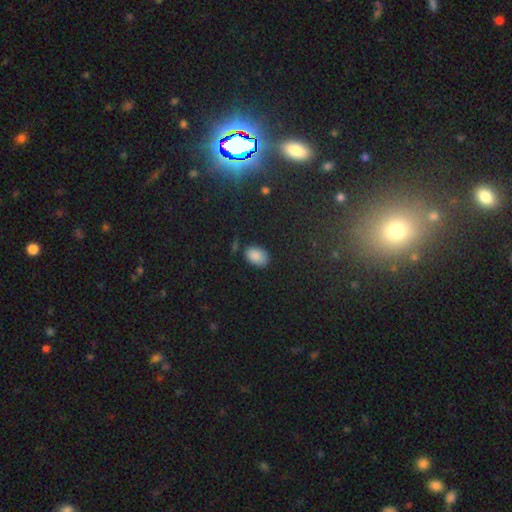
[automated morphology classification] Q: Smooth or featured?
A: smooth (85%); runner-up: star or artifact (10%)
Q: How rounded?
A: in between (86%); runner-up: round (13%)
Q: Merging?
A: none (75%); runner-up: minor disturbance (18%)